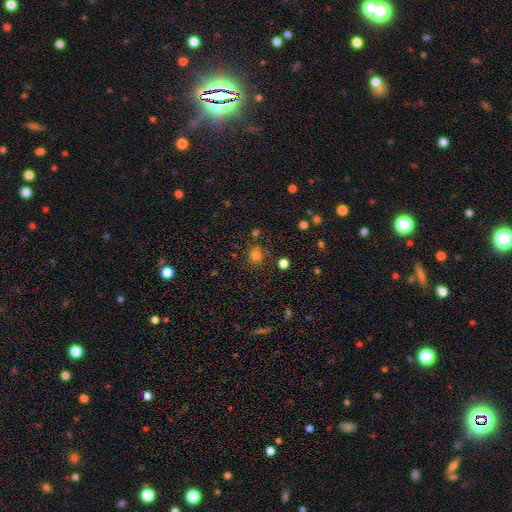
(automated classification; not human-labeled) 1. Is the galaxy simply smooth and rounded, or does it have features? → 72% smooth, 21% star or artifact, 7% featured or disk.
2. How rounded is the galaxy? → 82% round, 17% in between, 1% cigar-shaped.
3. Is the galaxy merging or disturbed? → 76% none, 13% minor disturbance, 7% merger, 4% major disturbance.